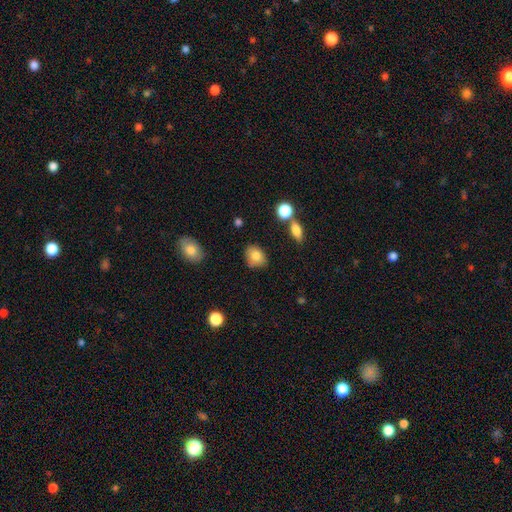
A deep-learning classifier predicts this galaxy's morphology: Overall: smooth (81%). How rounded: in between (57%; round 41%). Merging: none (74%).